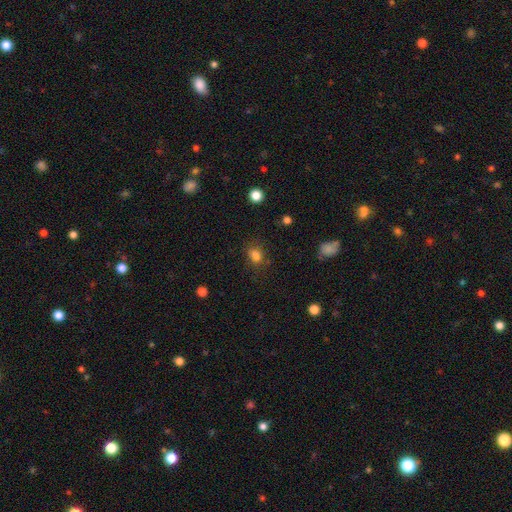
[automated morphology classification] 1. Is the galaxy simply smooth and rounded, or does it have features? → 78% smooth, 15% star or artifact, 7% featured or disk.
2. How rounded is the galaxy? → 62% in between, 37% round, 2% cigar-shaped.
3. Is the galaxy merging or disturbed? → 67% none, 19% minor disturbance, 9% major disturbance, 5% merger.